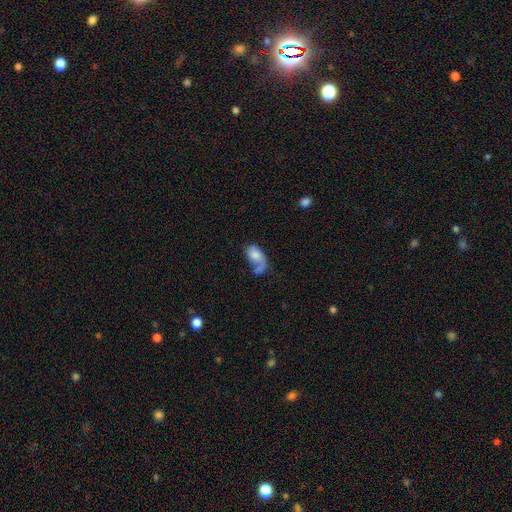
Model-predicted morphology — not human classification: This is likely a smooth galaxy (64%). How rounded: clearly in between (88%). Merging: marginally merger (34%).